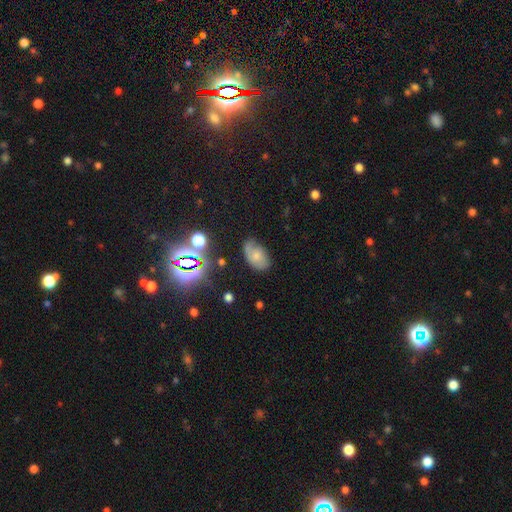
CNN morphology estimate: Overall: smooth (55%; featured or disk 29%). How rounded: in between (89%). Merging: none (56%; minor disturbance 30%).